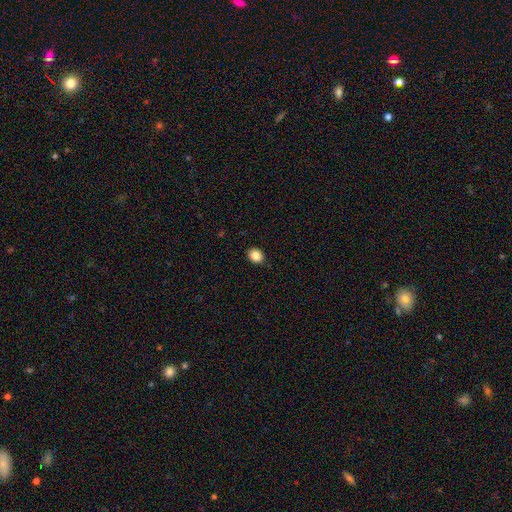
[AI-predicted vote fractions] This appears to be a smooth galaxy with no disk features (86%) that is round (56%). Merging: none (90%).